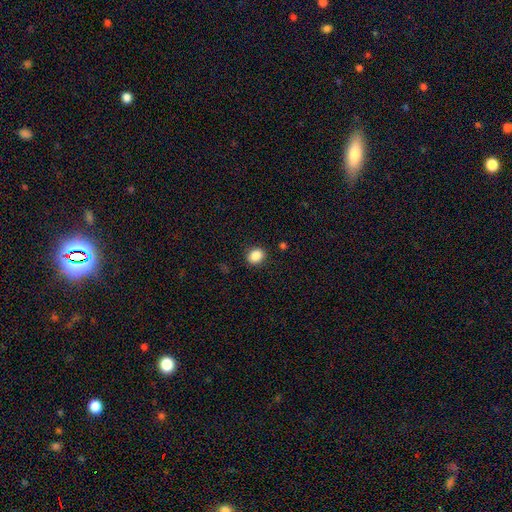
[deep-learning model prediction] Smooth or featured? Predicted: smooth (p=0.86). How rounded? Predicted: round (p=0.61). Merging? Predicted: none (p=0.89).